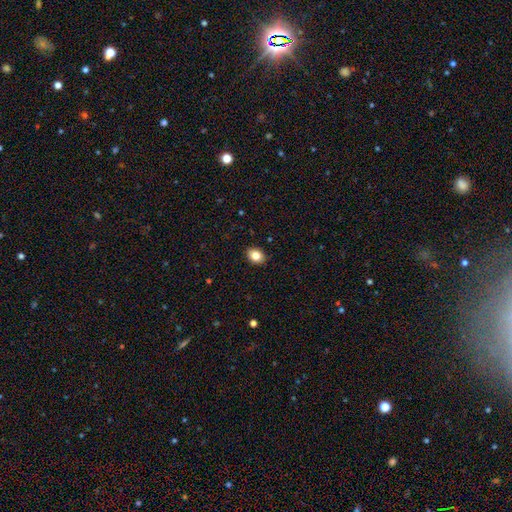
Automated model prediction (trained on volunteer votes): Overall: smooth (83%). How rounded: in between (63%; round 36%). Merging: none (90%).